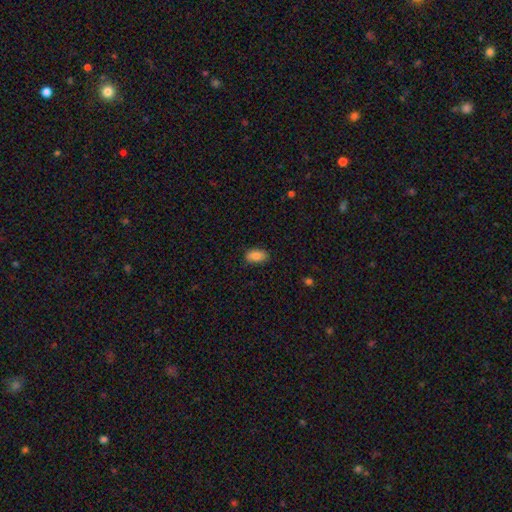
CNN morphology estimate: smooth 84%, featured or disk 8%, star or artifact 8%. Down the decision tree: how rounded — in between (92%); merging — none (84%).